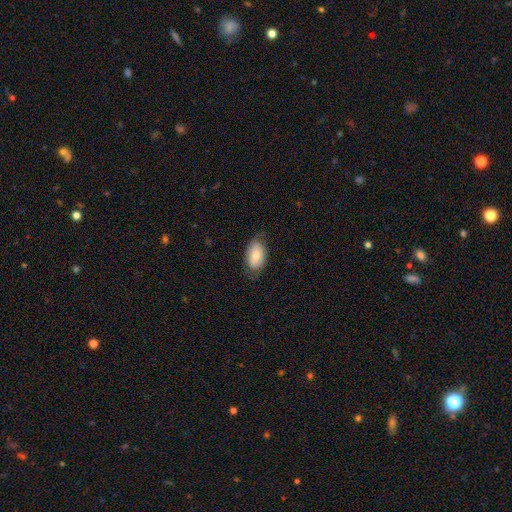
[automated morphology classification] Smooth or featured? Predicted: smooth (p=0.72). How rounded? Predicted: in between (p=0.93). Merging? Predicted: none (p=0.70).